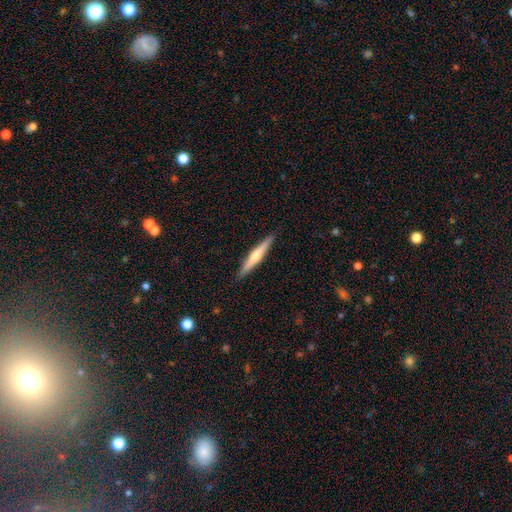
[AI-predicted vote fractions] A featured or disk galaxy (56%) viewed edge-on (97%) with a rounded central bulge (81%).

Vote fractions:
- Smooth or featured? featured or disk: 56% / smooth: 39% / star or artifact: 5%
- Edge-on disk? yes: 97% / no: 3%
- Edge-on bulge? rounded: 81% / none: 13% / boxy: 6%
- Merging? none: 91% / minor disturbance: 7% / major disturbance: 1% / merger: 1%